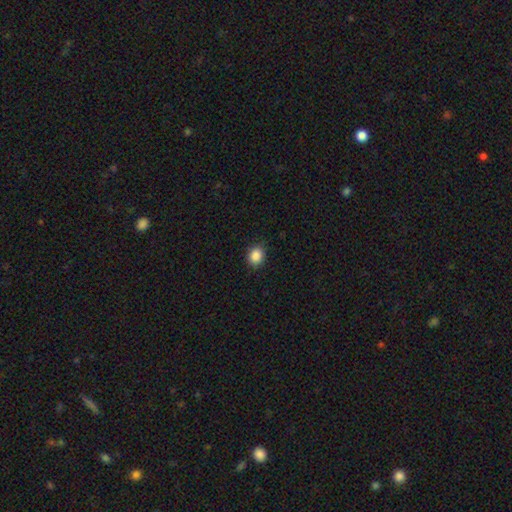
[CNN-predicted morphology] The model was most divided on "how rounded": round: 59%, in between: 40%, cigar-shaped: 1%. More confident: smooth or featured — smooth (88%); merging — none (87%).